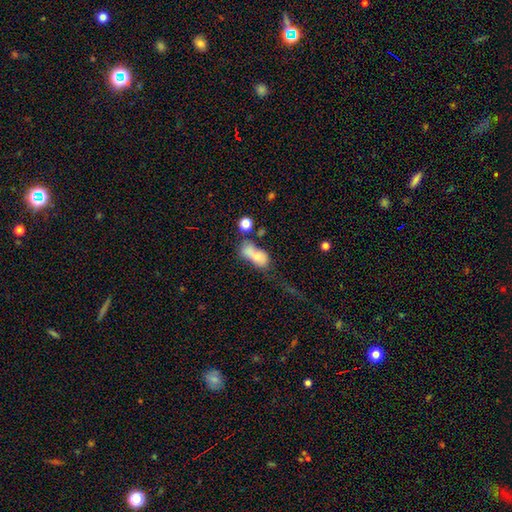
smooth 74%, featured or disk 21%, star or artifact 5%. Down the decision tree: how rounded — round (52%); merging — merger (76%).